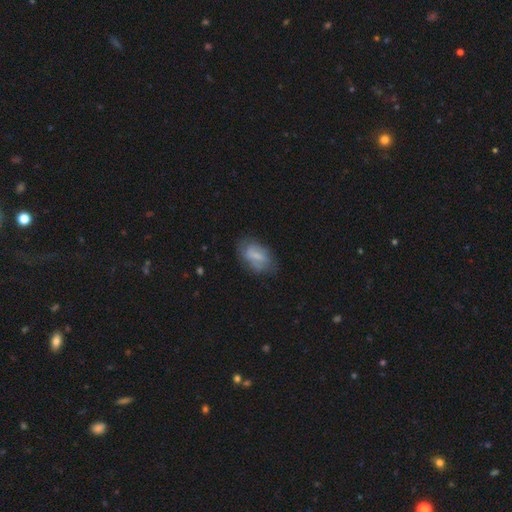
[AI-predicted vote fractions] Q: Smooth or featured?
A: smooth (52%); runner-up: featured or disk (40%)
Q: How rounded?
A: in between (89%); runner-up: round (8%)
Q: Merging?
A: none (63%); runner-up: minor disturbance (25%)